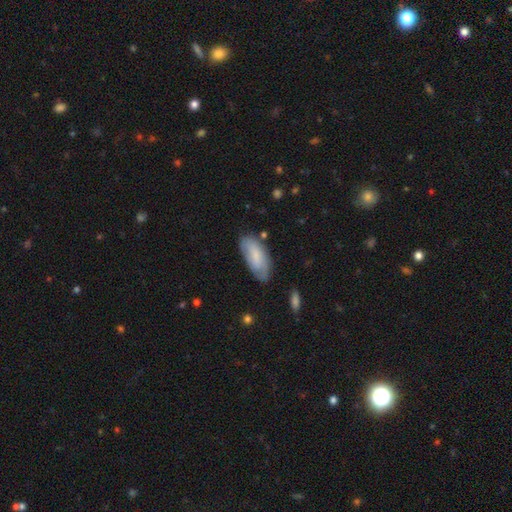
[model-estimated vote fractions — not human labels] Q: Smooth or featured?
A: smooth (65%); runner-up: featured or disk (29%)
Q: How rounded?
A: in between (84%); runner-up: cigar-shaped (14%)
Q: Merging?
A: none (68%); runner-up: minor disturbance (23%)